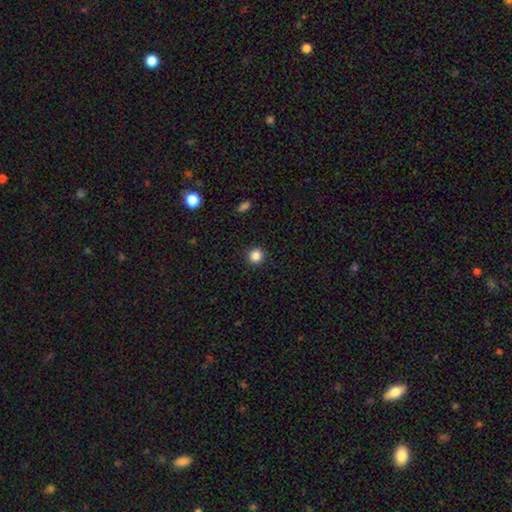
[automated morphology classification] Smooth or featured?
  - smooth: 86% *
  - star or artifact: 11%
  - featured or disk: 3%
How rounded?
  - round: 94% *
  - in between: 6%
  - cigar-shaped: 1%
Merging?
  - none: 92% *
  - minor disturbance: 5%
  - major disturbance: 2%
  - merger: 1%